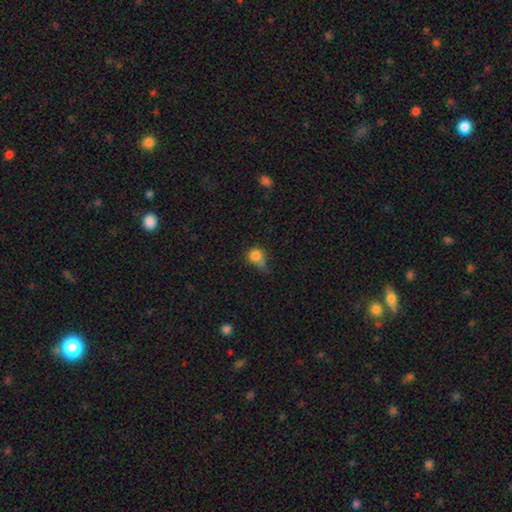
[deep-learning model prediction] Smooth or featured?
  - smooth: 81% *
  - star or artifact: 11%
  - featured or disk: 8%
How rounded?
  - round: 73% *
  - in between: 26%
  - cigar-shaped: 1%
Merging?
  - minor disturbance: 37% *
  - none: 35%
  - major disturbance: 18%
  - merger: 9%